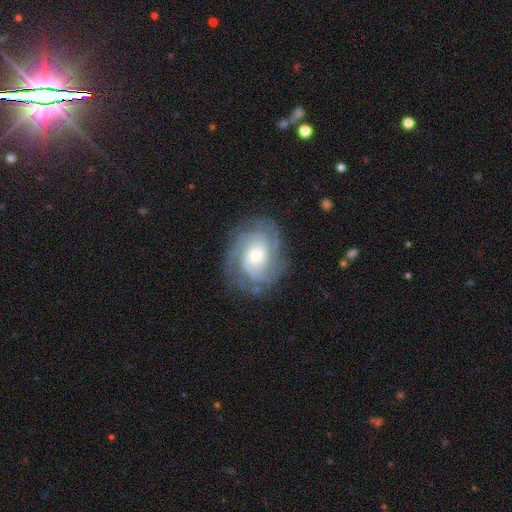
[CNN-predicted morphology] featured or disk 82%, smooth 12%, star or artifact 6%. Down the decision tree: edge-on disk — no (97%); bar — no (72%); spiral arms — yes (95%); spiral arm count — can't tell (31%); spiral winding — tight (63%); bulge size — small (46%); merging — none (76%).